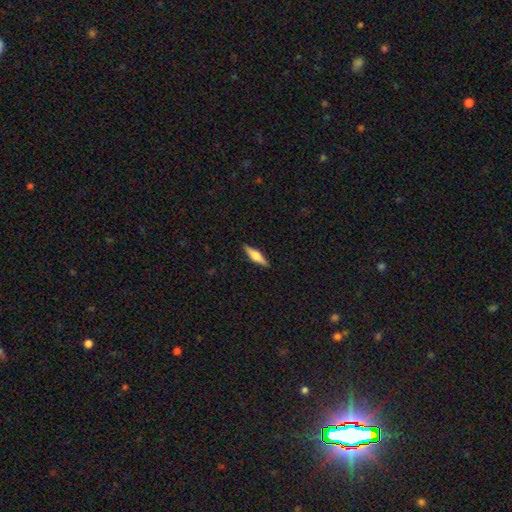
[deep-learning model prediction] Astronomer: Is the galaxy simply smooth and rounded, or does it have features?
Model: featured or disk — 50% (runner-up: smooth, 44%).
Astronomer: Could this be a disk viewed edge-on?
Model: yes — 95%.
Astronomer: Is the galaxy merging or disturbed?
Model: none — 90%.